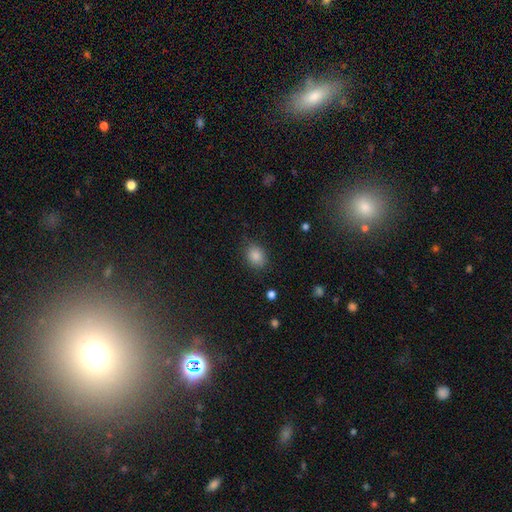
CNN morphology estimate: smooth 86%, star or artifact 9%, featured or disk 5%. Down the decision tree: how rounded — in between (57%); merging — none (82%).